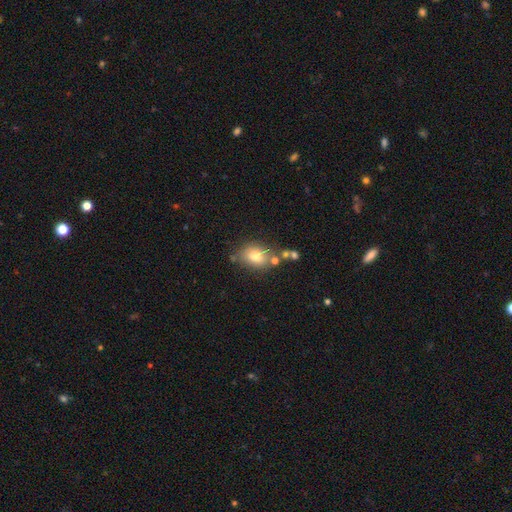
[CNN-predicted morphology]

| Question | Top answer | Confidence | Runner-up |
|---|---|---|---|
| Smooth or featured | smooth | 75% | featured or disk (14%) |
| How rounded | in between | 63% | round (36%) |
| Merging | none | 67% | minor disturbance (16%) |